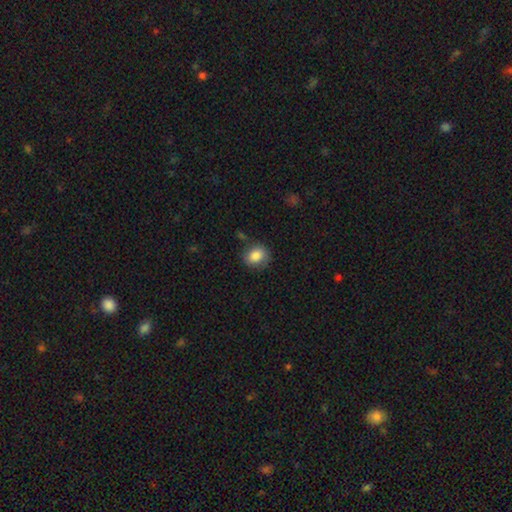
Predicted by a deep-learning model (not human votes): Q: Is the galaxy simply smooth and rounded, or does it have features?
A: smooth — 85%.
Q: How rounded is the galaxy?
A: round — 66%.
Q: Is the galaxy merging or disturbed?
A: none — 78%.